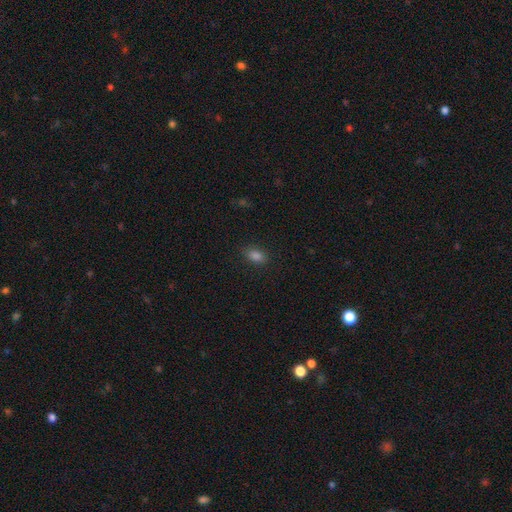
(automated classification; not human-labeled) Smooth or featured: smooth — 83% (star or artifact — 13%)
How rounded: in between — 86% (round — 11%)
Merging: none — 86% (minor disturbance — 11%)